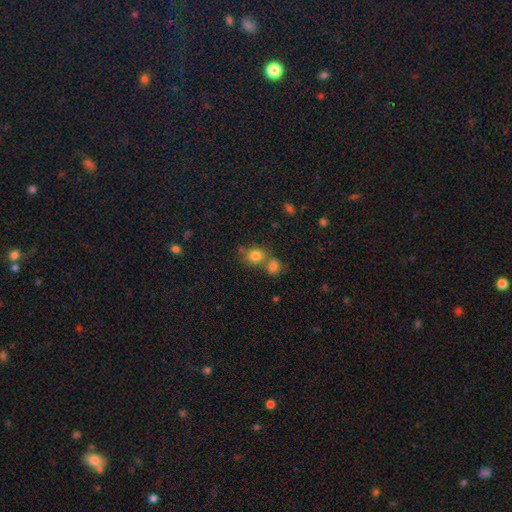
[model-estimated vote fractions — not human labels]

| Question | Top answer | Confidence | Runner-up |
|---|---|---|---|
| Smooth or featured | smooth | 80% | star or artifact (12%) |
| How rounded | round | 67% | in between (32%) |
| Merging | none | 48% | merger (40%) |